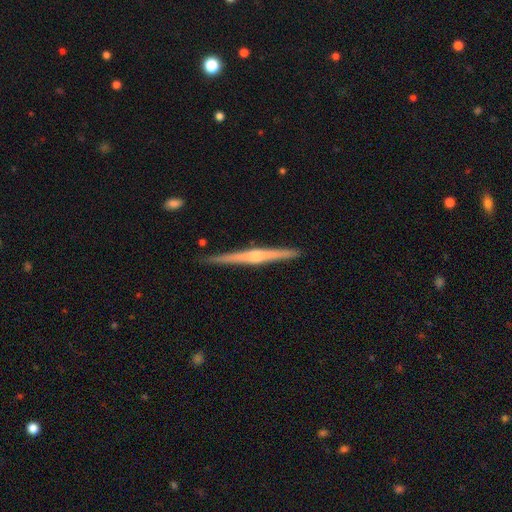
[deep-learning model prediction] smooth_or_featured: featured or disk (p=0.76) [alt: smooth p=0.19]
disk_edge_on: yes (p=0.98) [alt: no p=0.02]
edge_on_bulge: rounded (p=0.76) [alt: none p=0.14]
merging: none (p=0.90) [alt: minor disturbance p=0.07]